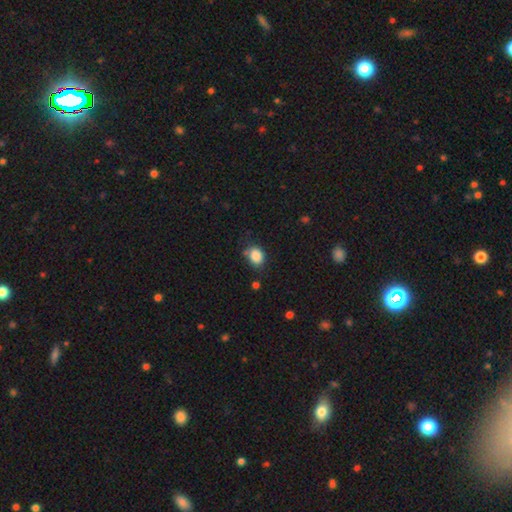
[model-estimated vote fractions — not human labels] Morphology: type=smooth (86%); roundness=in between (54%); merging=none (66%).